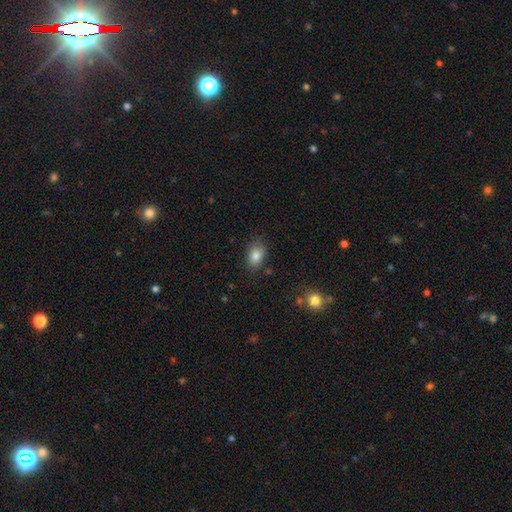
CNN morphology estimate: Smooth or featured: smooth — 84% (star or artifact — 9%)
How rounded: in between — 80% (round — 18%)
Merging: none — 78% (minor disturbance — 16%)